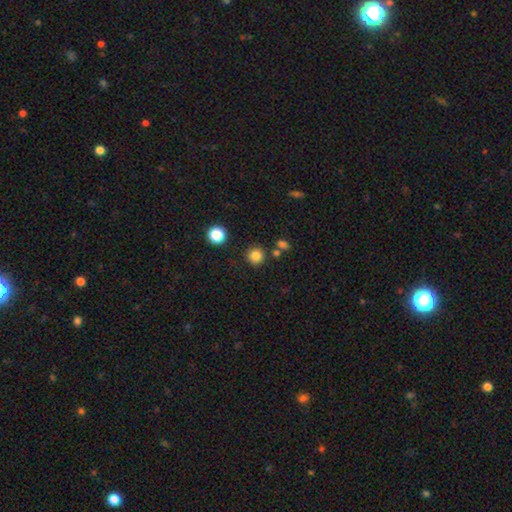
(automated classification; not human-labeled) Smooth or featured?
  - smooth: 82% *
  - star or artifact: 13%
  - featured or disk: 5%
How rounded?
  - round: 94% *
  - in between: 5%
  - cigar-shaped: 1%
Merging?
  - none: 85% *
  - minor disturbance: 7%
  - merger: 6%
  - major disturbance: 3%